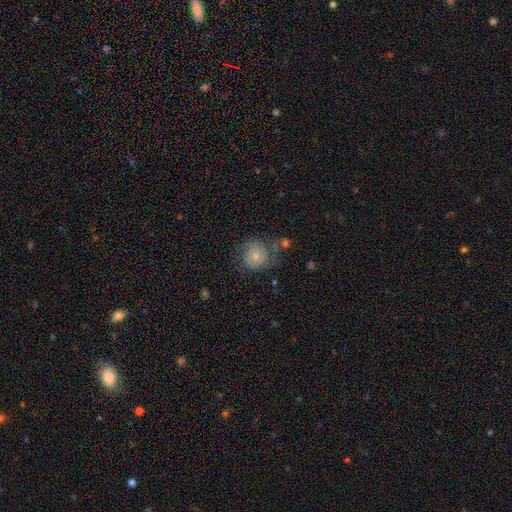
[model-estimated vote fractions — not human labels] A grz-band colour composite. It shows a featured or disk galaxy (58%) with no bar (79%), spiral arms (85%) and a small central bulge (51%). Merging: none (54%).